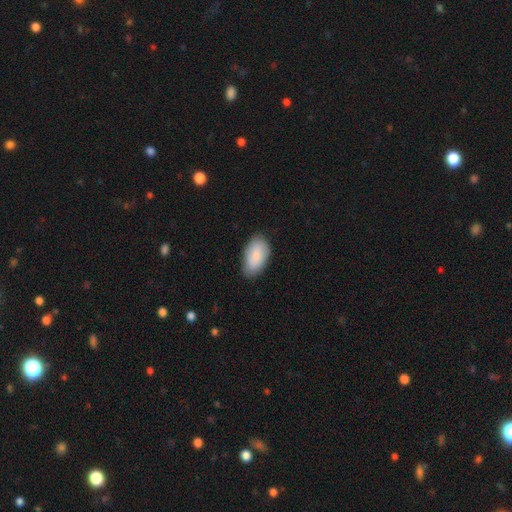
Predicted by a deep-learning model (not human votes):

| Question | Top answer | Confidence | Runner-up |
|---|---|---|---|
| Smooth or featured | smooth | 85% | featured or disk (9%) |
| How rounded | in between | 95% | round (3%) |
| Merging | none | 79% | minor disturbance (17%) |